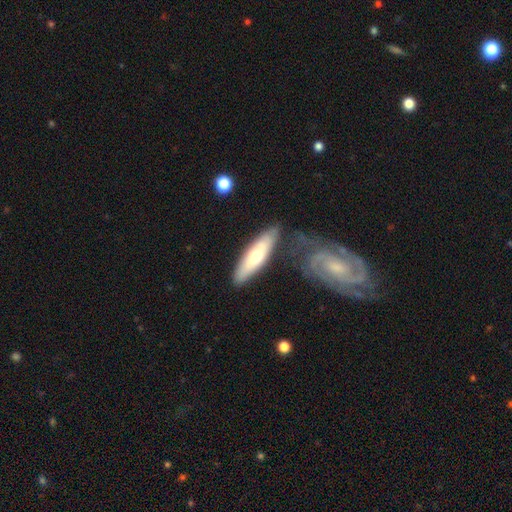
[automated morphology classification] Smooth or featured? Predicted: smooth (p=0.56). How rounded? Predicted: cigar-shaped (p=0.63). Merging? Predicted: none (p=0.78).